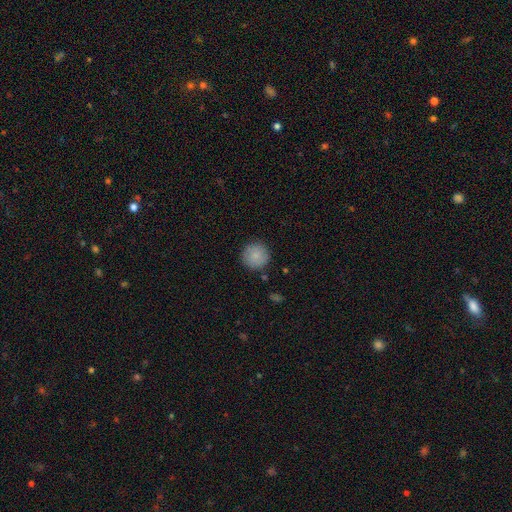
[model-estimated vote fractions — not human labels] A smooth galaxy with no disk features (87%) that is round (96%).

Vote fractions:
- Smooth or featured? smooth: 87% / star or artifact: 7% / featured or disk: 7%
- How rounded? round: 96% / in between: 4% / cigar-shaped: 1%
- Merging? none: 89% / minor disturbance: 8% / major disturbance: 2% / merger: 1%